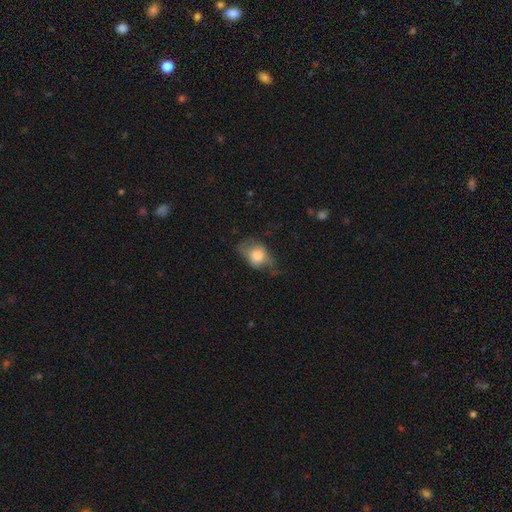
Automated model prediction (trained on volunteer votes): Smooth or featured? smooth (70%)
How rounded? in between (63%)
Merging? none (49%)